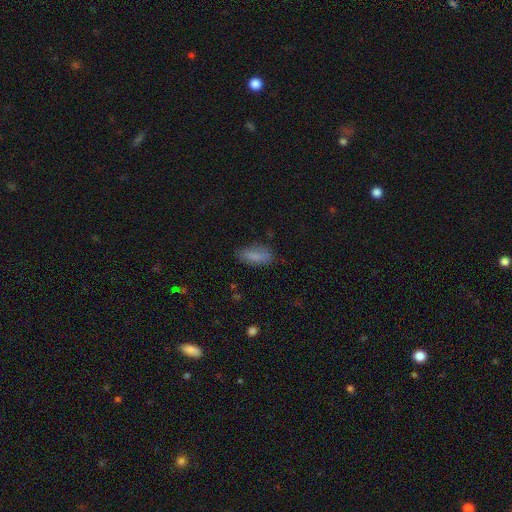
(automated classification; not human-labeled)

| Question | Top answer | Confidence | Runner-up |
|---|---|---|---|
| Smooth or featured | smooth | 82% | featured or disk (10%) |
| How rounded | in between | 80% | cigar-shaped (17%) |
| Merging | none | 78% | minor disturbance (16%) |